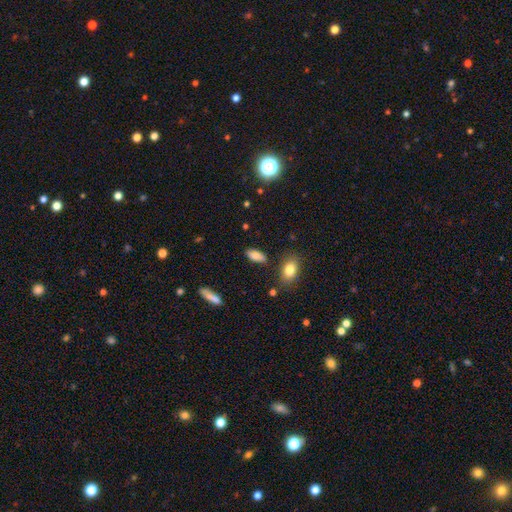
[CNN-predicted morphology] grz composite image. It shows a smooth galaxy with no disk features (83%) that is in between round and cigar-shaped (88%). Merging: none (83%).